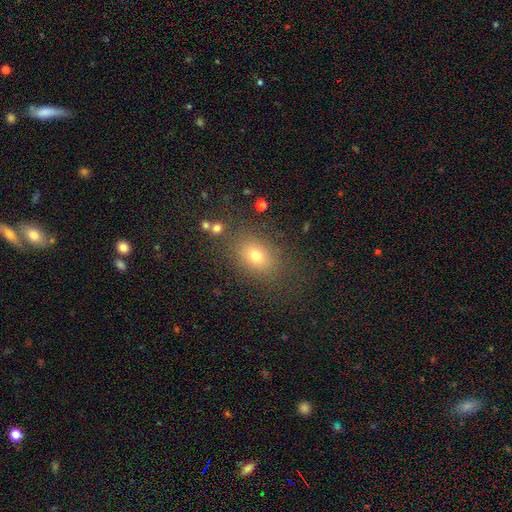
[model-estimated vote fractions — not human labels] smooth 72%, star or artifact 16%, featured or disk 12%. Down the decision tree: how rounded — in between (68%); merging — none (80%).